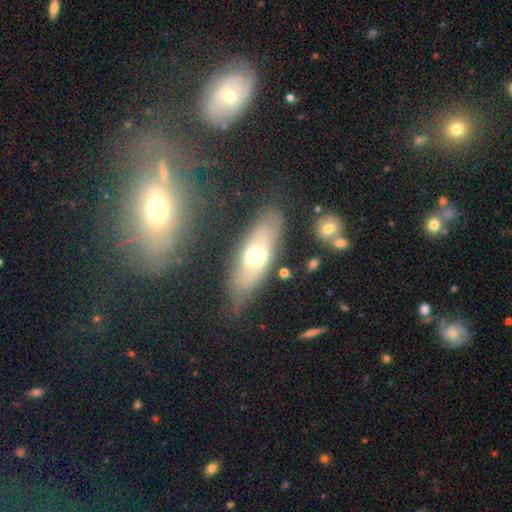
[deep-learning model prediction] A smooth galaxy with no disk features (51%) that is in between round and cigar-shaped (65%). Merging: none (75%).